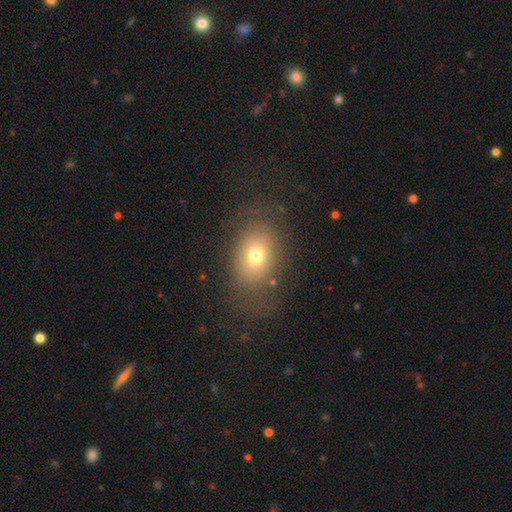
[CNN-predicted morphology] smooth-or-featured: smooth: 69% | featured or disk: 17% | star or artifact: 15%
  how-rounded: in between: 68% | round: 31% | cigar-shaped: 1%
  merging: none: 70% | minor disturbance: 16% | major disturbance: 12% | merger: 2%